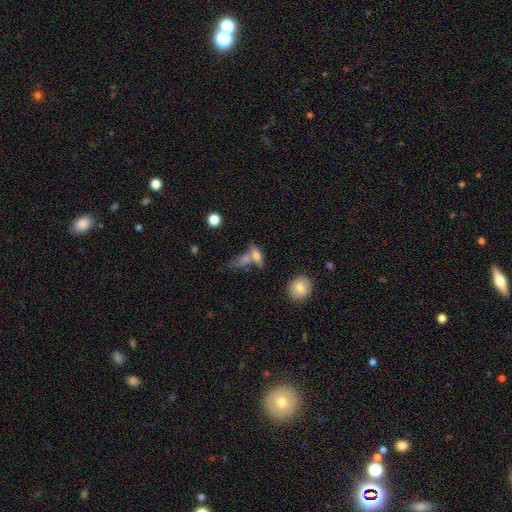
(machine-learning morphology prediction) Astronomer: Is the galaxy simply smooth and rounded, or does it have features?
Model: smooth — 45% (runner-up: featured or disk, 30%).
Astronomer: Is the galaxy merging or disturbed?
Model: none — 48% (runner-up: merger, 27%).